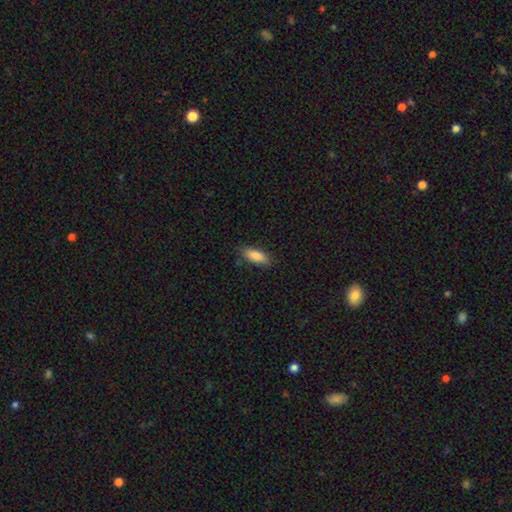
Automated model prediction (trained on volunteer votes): smooth 85%, featured or disk 8%, star or artifact 6%. Down the decision tree: how rounded — in between (76%); merging — none (80%).